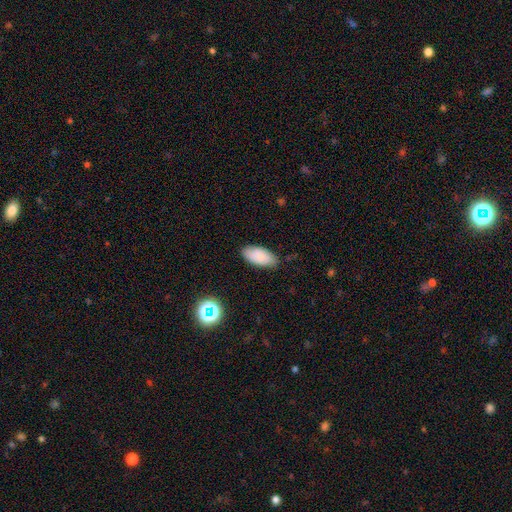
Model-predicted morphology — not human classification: Overall: smooth (86%). How rounded: in between (93%). Merging: none (83%).